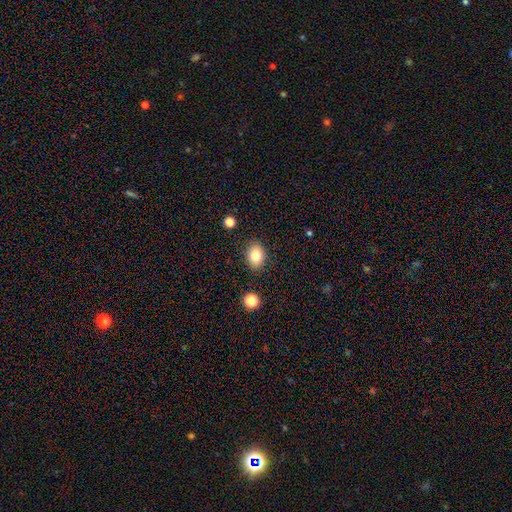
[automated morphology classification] Smooth or featured?
  - smooth: 82% *
  - star or artifact: 10%
  - featured or disk: 8%
How rounded?
  - in between: 68% *
  - round: 31%
  - cigar-shaped: 1%
Merging?
  - none: 87% *
  - minor disturbance: 9%
  - major disturbance: 2%
  - merger: 2%